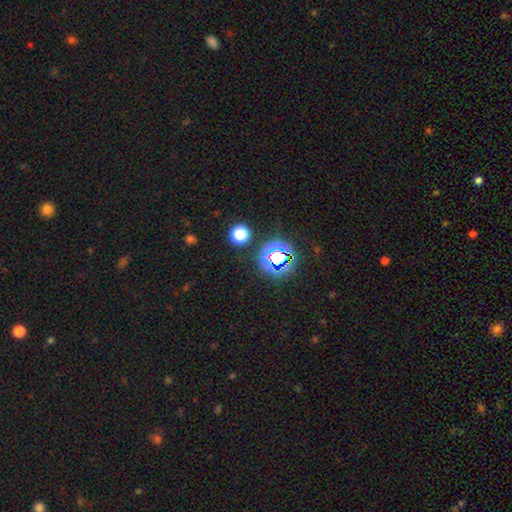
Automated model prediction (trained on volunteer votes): Overall: star or artifact (75%).